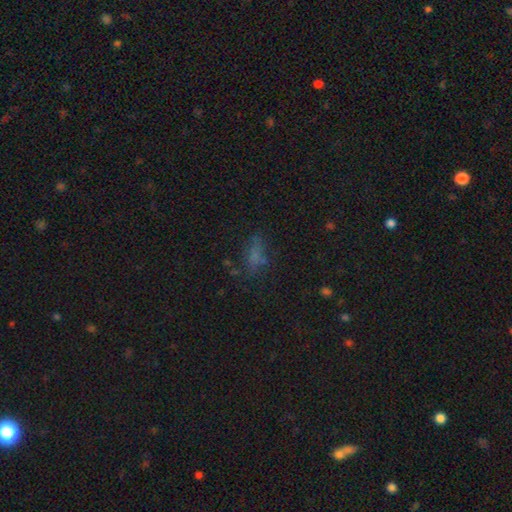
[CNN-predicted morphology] Smooth or featured?
  - smooth: 56% *
  - star or artifact: 26%
  - featured or disk: 18%
How rounded?
  - in between: 67% *
  - cigar-shaped: 26%
  - round: 7%
Merging?
  - none: 58% *
  - minor disturbance: 21%
  - major disturbance: 15%
  - merger: 6%